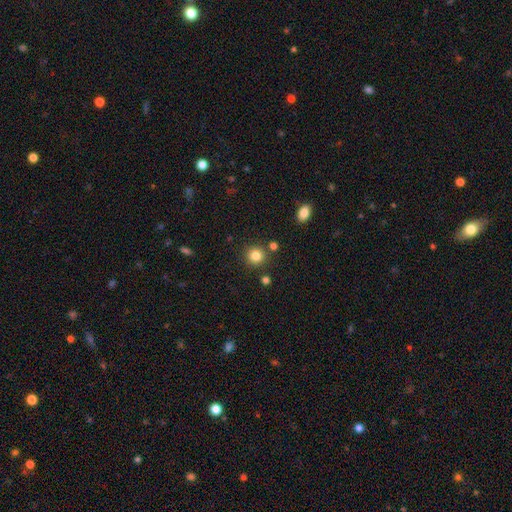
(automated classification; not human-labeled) smooth-or-featured: smooth: 84% | star or artifact: 11% | featured or disk: 5%
  how-rounded: round: 91% | in between: 8% | cigar-shaped: 1%
  merging: none: 84% | minor disturbance: 8% | merger: 5% | major disturbance: 3%